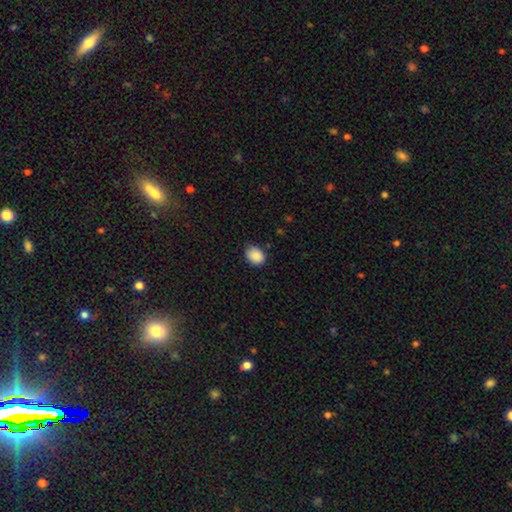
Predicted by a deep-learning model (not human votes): Smooth or featured? smooth (89%)
How rounded? in between (65%)
Merging? none (82%)